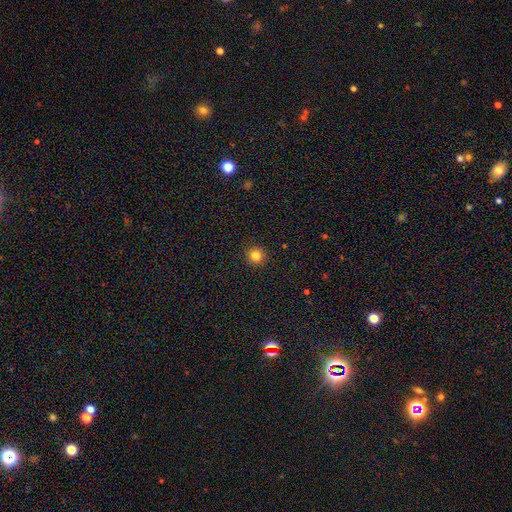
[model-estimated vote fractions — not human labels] Q: Smooth or featured?
A: smooth (82%); runner-up: star or artifact (13%)
Q: How rounded?
A: round (95%); runner-up: in between (4%)
Q: Merging?
A: none (93%); runner-up: minor disturbance (5%)